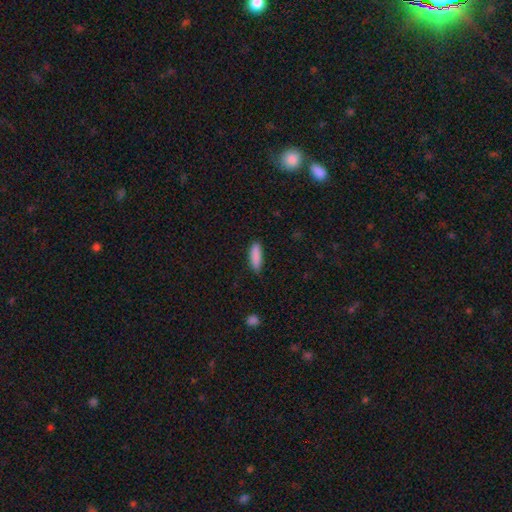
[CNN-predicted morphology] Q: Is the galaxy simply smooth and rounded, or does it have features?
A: smooth — 89%.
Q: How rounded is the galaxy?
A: cigar-shaped — 50%.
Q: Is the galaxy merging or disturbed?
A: none — 83%.